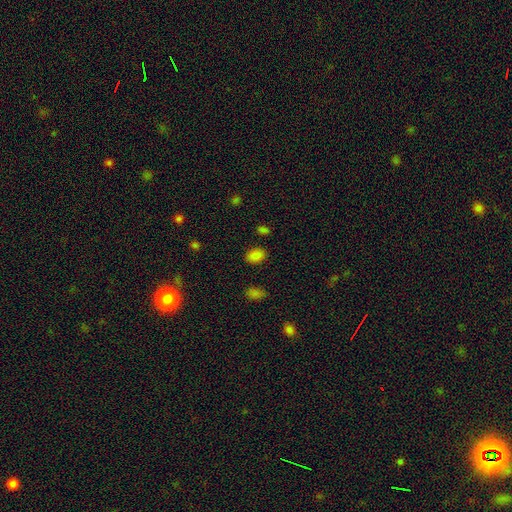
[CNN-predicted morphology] Smooth or featured: smooth — 84% (star or artifact — 11%)
How rounded: in between — 75% (round — 24%)
Merging: none — 86% (minor disturbance — 9%)